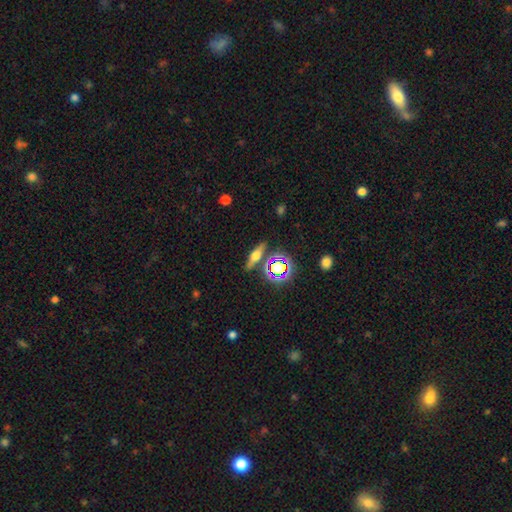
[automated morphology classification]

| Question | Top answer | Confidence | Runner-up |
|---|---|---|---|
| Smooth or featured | featured or disk | 45% | smooth (36%) |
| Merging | none | 81% | minor disturbance (9%) |